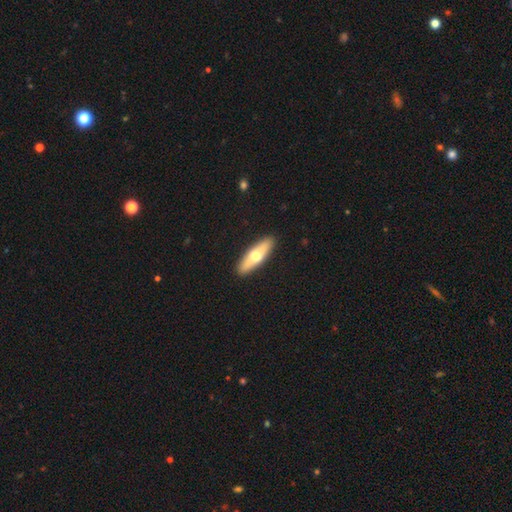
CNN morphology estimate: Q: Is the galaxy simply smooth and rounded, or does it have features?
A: smooth — 55%.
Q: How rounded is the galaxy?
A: cigar-shaped — 56%.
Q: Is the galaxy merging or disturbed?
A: none — 91%.